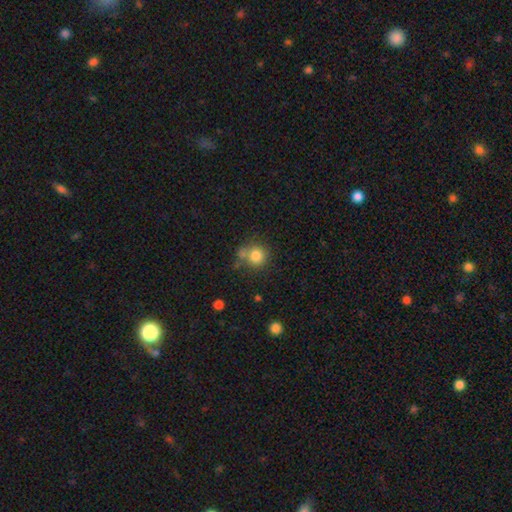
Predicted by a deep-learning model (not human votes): This appears to be a smooth galaxy with no disk features (82%) that is round (90%). Merging: none (61%).